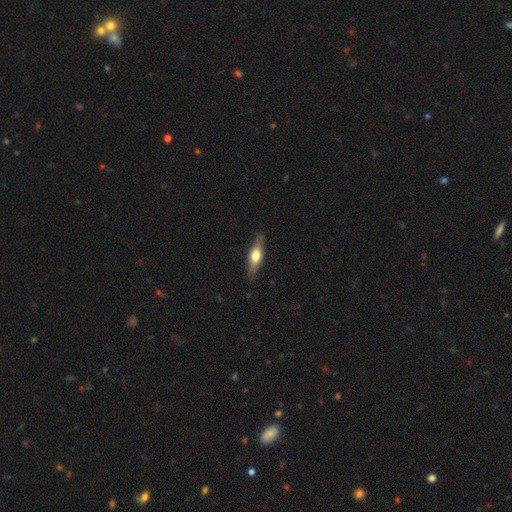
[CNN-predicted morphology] Smooth or featured? Predicted: smooth (p=0.50). How rounded? Predicted: cigar-shaped (p=0.58). Merging? Predicted: none (p=0.85).